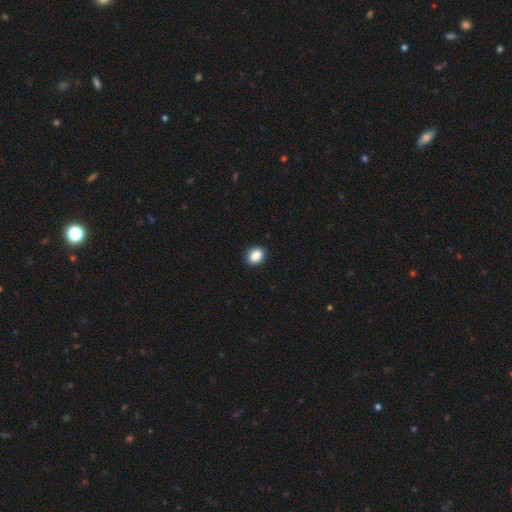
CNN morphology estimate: Q: Smooth or featured?
A: smooth (87%); runner-up: star or artifact (9%)
Q: How rounded?
A: in between (55%); runner-up: round (44%)
Q: Merging?
A: none (90%); runner-up: minor disturbance (7%)